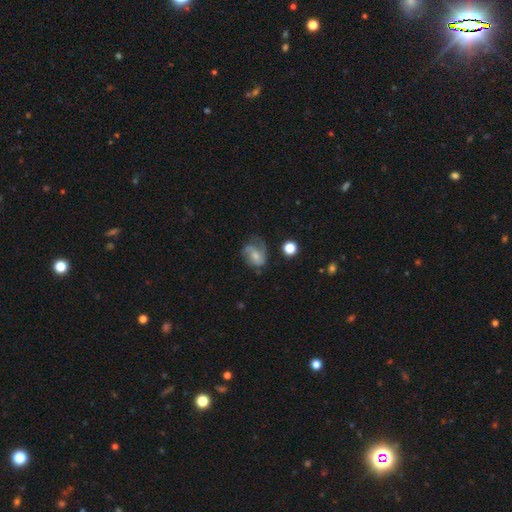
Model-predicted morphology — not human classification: A featured or disk galaxy (56%) with no bar (57%), spiral arms (80%) and a small central bulge (51%). Merging: none (42%).